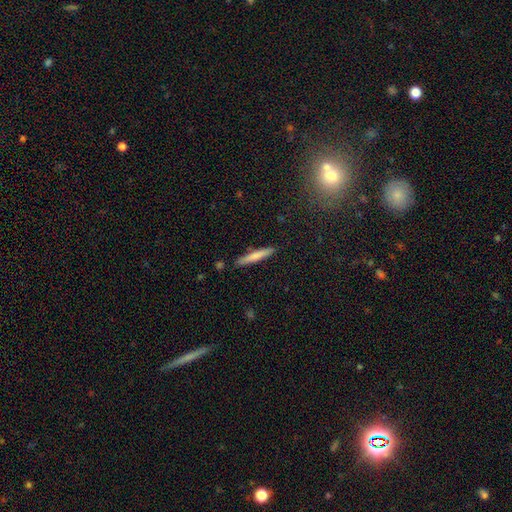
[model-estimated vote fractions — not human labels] Morphology: type=smooth (71%); roundness=cigar-shaped (94%); merging=none (87%).